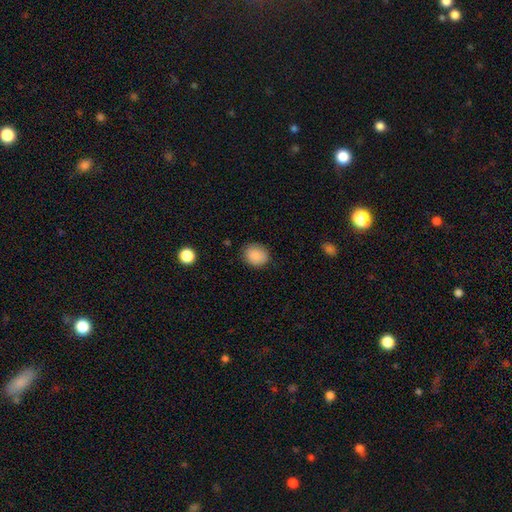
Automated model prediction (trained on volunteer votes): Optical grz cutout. It shows a smooth galaxy with no disk features (88%) that is round (65%). Merging: none (83%).